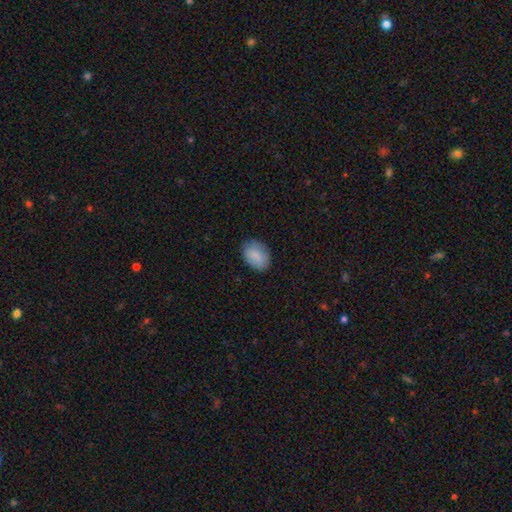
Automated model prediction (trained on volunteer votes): Smooth or featured? smooth (87%)
How rounded? in between (84%)
Merging? none (82%)